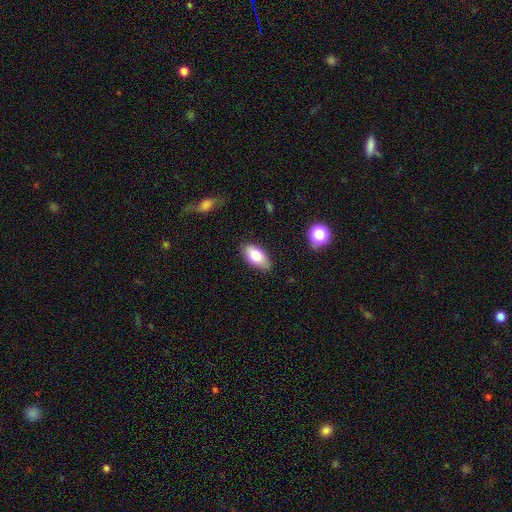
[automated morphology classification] type=smooth (80%); roundness=in between (91%); merging=none (83%).